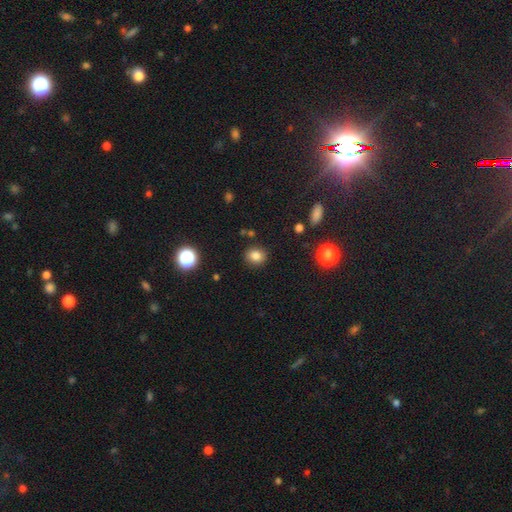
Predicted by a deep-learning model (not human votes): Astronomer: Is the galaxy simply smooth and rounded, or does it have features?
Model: smooth — 81%.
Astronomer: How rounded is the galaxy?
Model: round — 69%.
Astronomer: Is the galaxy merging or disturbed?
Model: none — 87%.